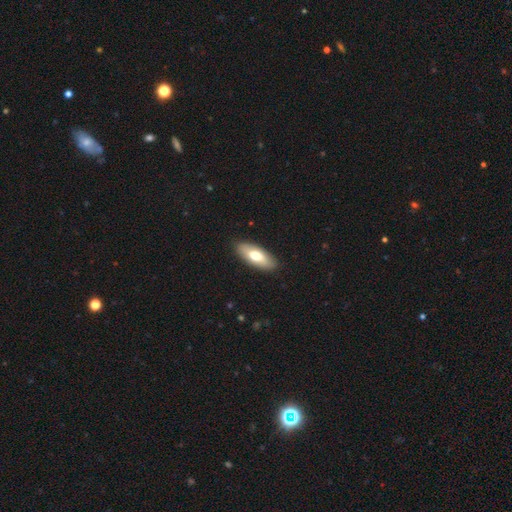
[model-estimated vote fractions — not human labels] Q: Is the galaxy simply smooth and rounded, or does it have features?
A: smooth — 70%.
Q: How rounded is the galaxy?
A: in between — 79%.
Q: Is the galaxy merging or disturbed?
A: none — 89%.